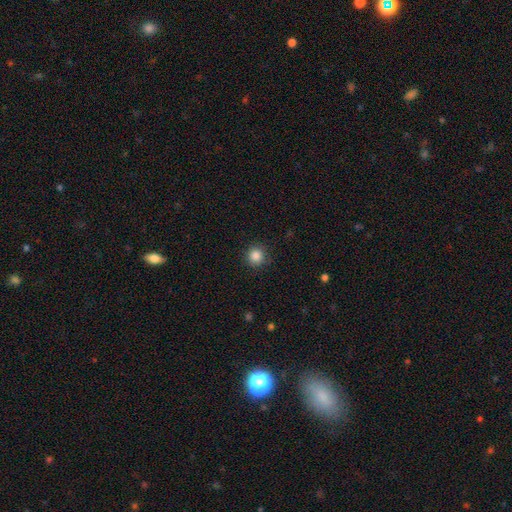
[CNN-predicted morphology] Smooth or featured? Predicted: smooth (p=0.86). How rounded? Predicted: round (p=0.93). Merging? Predicted: none (p=0.89).